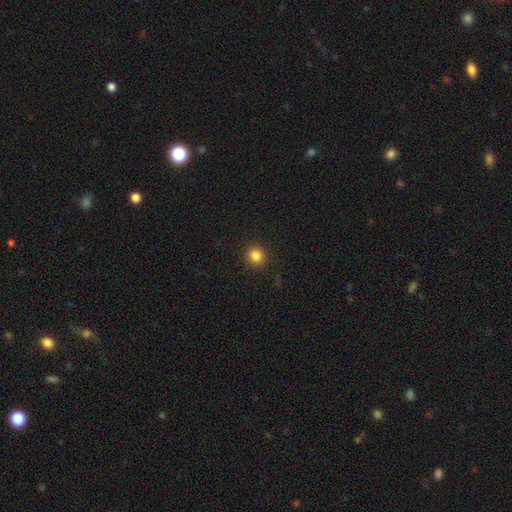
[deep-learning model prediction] This appears to be a smooth galaxy with no disk features (84%) that is round (92%). Merging: none (91%).